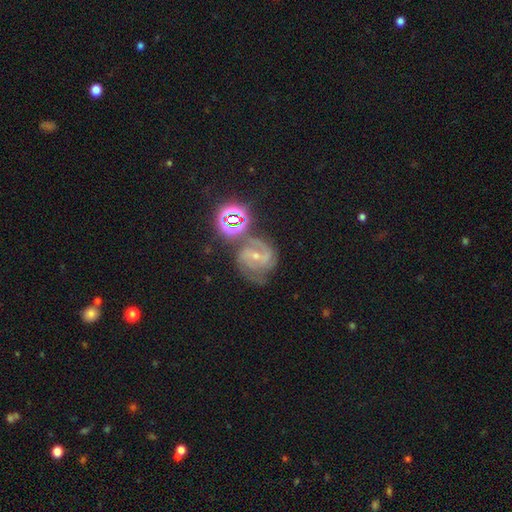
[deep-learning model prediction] Smooth or featured? featured or disk (75%)
Edge-on disk? no (97%)
Bar? weak (44%)
Spiral arms? yes (96%)
Spiral winding? medium (52%)
Spiral arm count? 2 (66%)
Bulge size? small (66%)
Merging? none (61%)